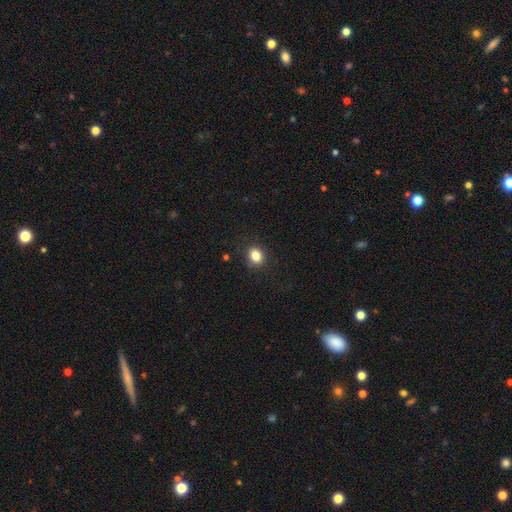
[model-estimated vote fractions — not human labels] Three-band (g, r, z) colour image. It shows a smooth galaxy with no disk features (84%) that is in between round and cigar-shaped (52%). Merging: none (87%).